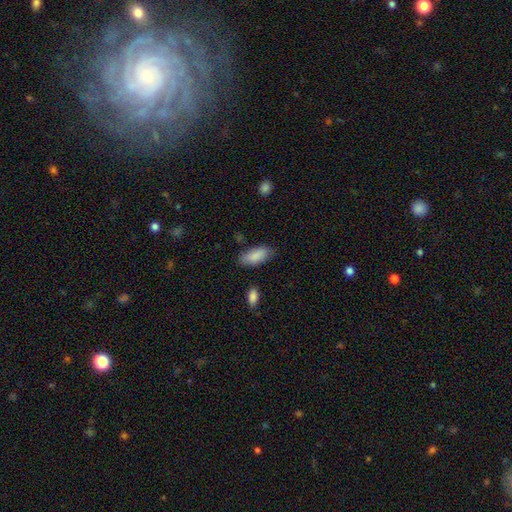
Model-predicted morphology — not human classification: Smooth or featured: smooth — 88% (featured or disk — 6%)
How rounded: in between — 85% (cigar-shaped — 13%)
Merging: none — 79% (minor disturbance — 15%)